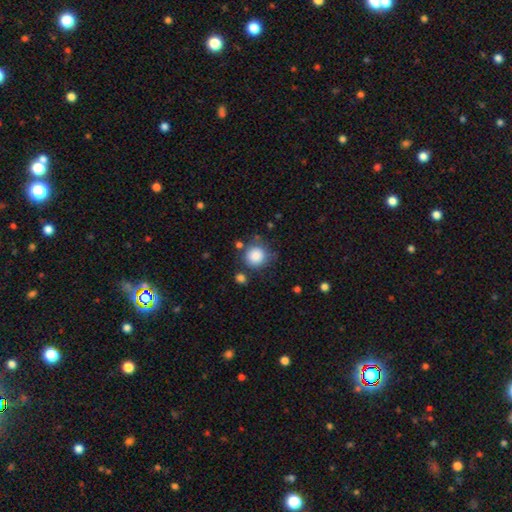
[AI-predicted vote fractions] Q: Smooth or featured?
A: smooth (86%); runner-up: star or artifact (9%)
Q: How rounded?
A: round (91%); runner-up: in between (8%)
Q: Merging?
A: none (73%); runner-up: minor disturbance (15%)